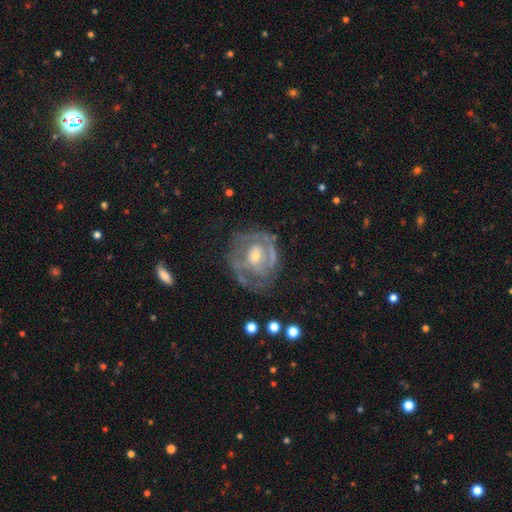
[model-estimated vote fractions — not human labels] Smooth or featured? Predicted: featured or disk (p=0.83). Edge-on disk? Predicted: no (p=0.97). Bar? Predicted: no (p=0.56). Spiral arms? Predicted: yes (p=0.83). Spiral winding? Predicted: tight (p=0.57). Spiral arm count? Predicted: 2 (p=0.44). Bulge size? Predicted: small (p=0.54). Merging? Predicted: none (p=0.64).